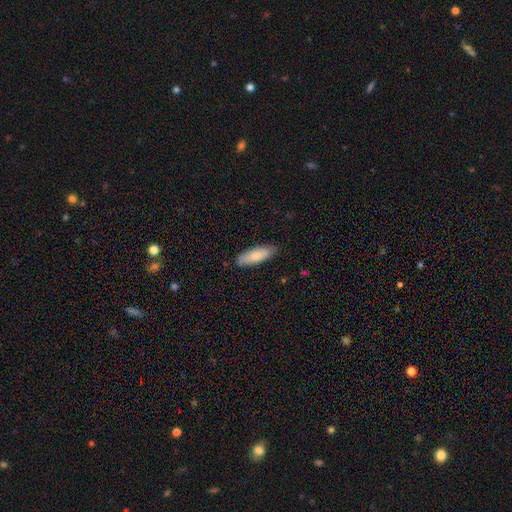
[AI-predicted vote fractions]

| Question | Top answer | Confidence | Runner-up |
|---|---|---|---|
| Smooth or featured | smooth | 82% | featured or disk (12%) |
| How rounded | in between | 60% | cigar-shaped (38%) |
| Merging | none | 84% | minor disturbance (13%) |